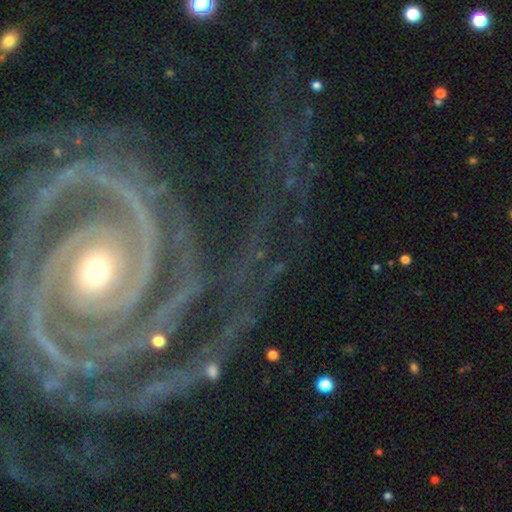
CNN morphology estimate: This appears to be a featured or disk galaxy (92%) with no bar (67%), 2 (34%) tight (76%) spiral arms (98%) and a moderate central bulge (48%). Merging: none (64%).